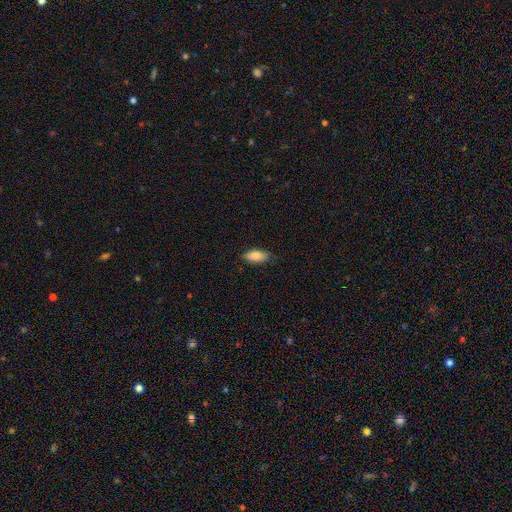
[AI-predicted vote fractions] Q: Smooth or featured?
A: smooth (83%); runner-up: featured or disk (10%)
Q: How rounded?
A: in between (86%); runner-up: cigar-shaped (11%)
Q: Merging?
A: none (78%); runner-up: minor disturbance (18%)